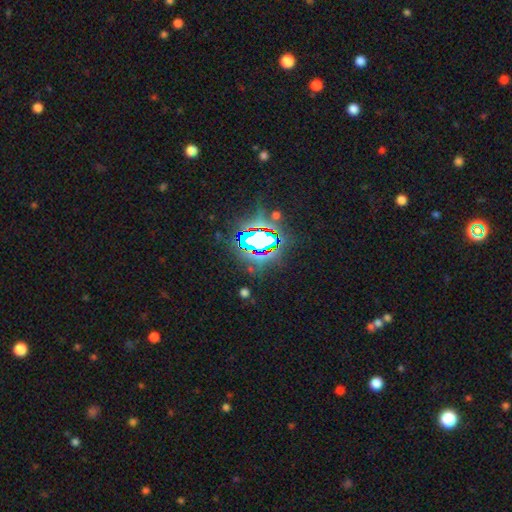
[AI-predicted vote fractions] Smooth or featured? star or artifact (86%)